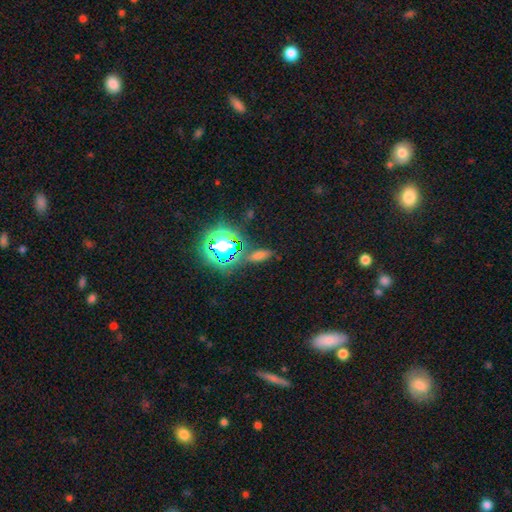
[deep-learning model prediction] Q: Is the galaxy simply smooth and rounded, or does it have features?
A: smooth — 43%.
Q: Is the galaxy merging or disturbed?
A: none — 76%.